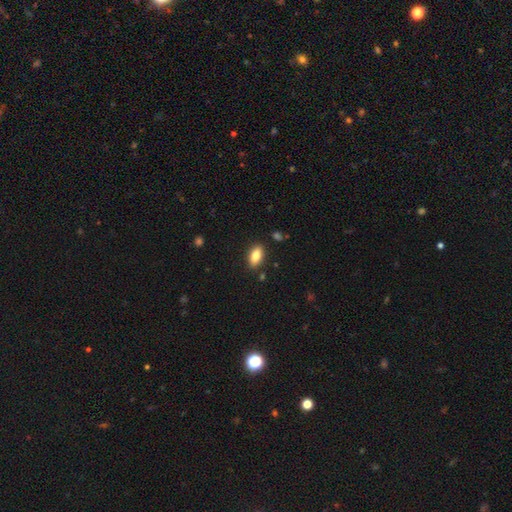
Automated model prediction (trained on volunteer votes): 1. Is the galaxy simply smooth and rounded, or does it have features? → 82% smooth, 10% featured or disk, 7% star or artifact.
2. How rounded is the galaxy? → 90% in between, 6% cigar-shaped, 4% round.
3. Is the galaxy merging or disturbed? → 87% none, 9% minor disturbance, 2% major disturbance, 2% merger.